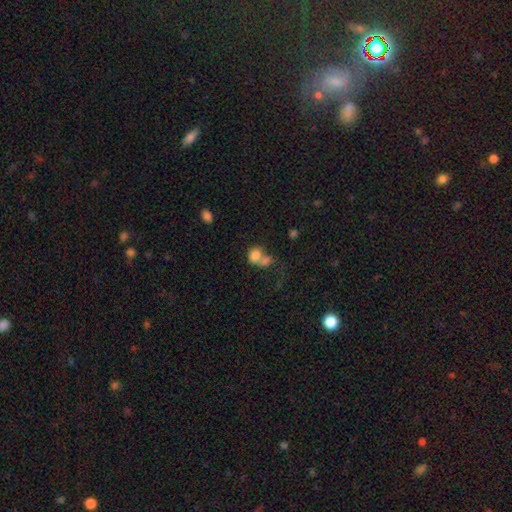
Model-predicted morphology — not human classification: smooth-or-featured: smooth: 76% | featured or disk: 13% | star or artifact: 11%
  how-rounded: in between: 56% | round: 43% | cigar-shaped: 1%
  merging: merger: 62% | none: 20% | major disturbance: 9% | minor disturbance: 9%